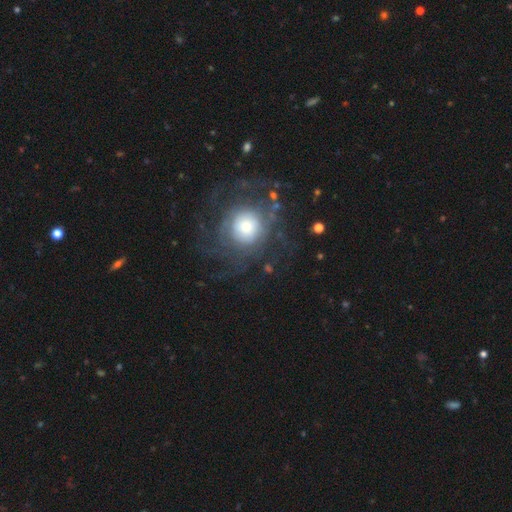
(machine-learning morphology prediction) smooth_or_featured: featured or disk (p=0.46) [alt: smooth p=0.30]
merging: none (p=0.76) [alt: minor disturbance p=0.11]